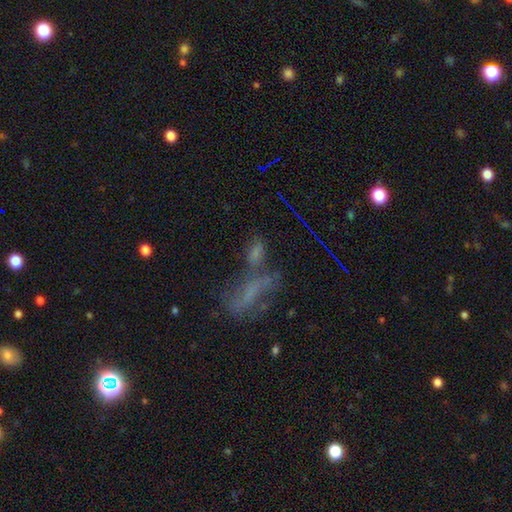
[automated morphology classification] The model was most divided on "merging": merger: 40%, none: 31%, major disturbance: 15%, minor disturbance: 14%. Remaining: smooth or featured — smooth (42%).